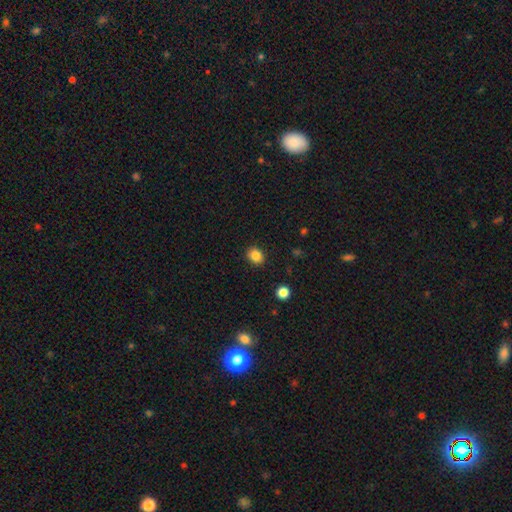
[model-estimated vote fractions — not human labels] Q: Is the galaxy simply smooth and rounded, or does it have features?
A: smooth — 86%.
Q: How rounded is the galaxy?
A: round — 57%.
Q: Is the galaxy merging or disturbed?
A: none — 89%.